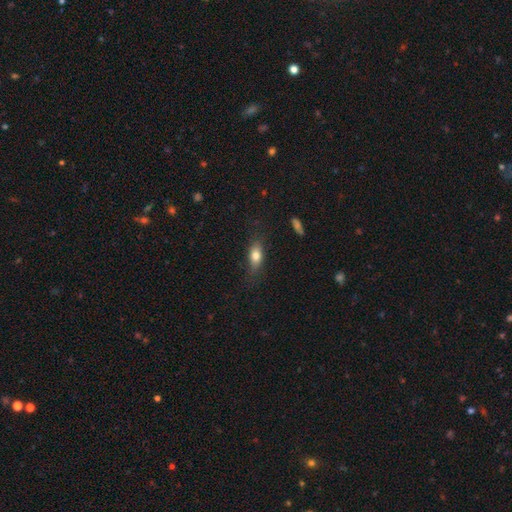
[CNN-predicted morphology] Smooth or featured? smooth (76%)
How rounded? in between (77%)
Merging? none (75%)